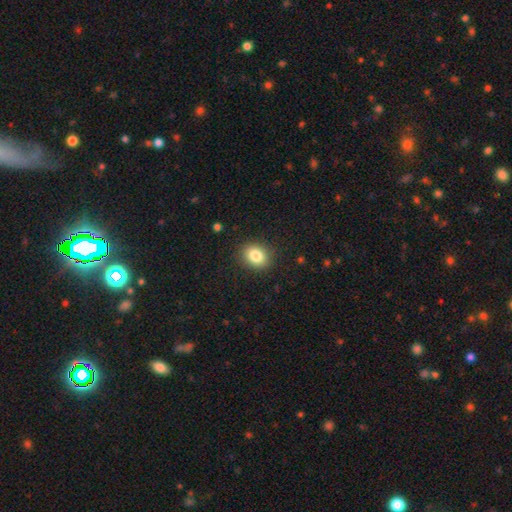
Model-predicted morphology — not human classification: smooth-or-featured: smooth: 84% | star or artifact: 9% | featured or disk: 7%
  how-rounded: in between: 51% | round: 48% | cigar-shaped: 1%
  merging: none: 88% | minor disturbance: 8% | major disturbance: 2% | merger: 1%